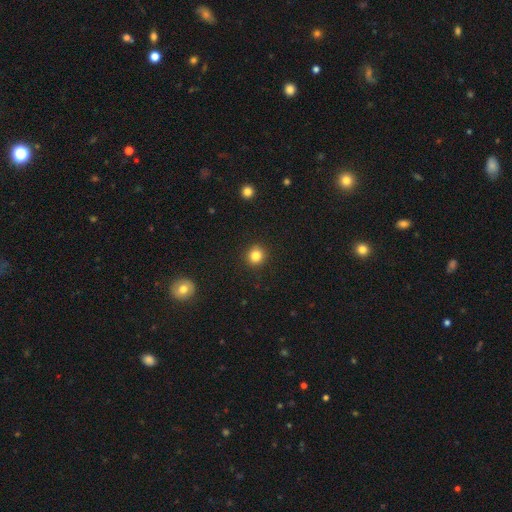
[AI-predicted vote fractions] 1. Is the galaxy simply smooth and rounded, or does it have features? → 83% smooth, 11% star or artifact, 5% featured or disk.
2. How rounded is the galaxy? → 92% round, 7% in between, 1% cigar-shaped.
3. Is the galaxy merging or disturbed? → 92% none, 5% minor disturbance, 2% major disturbance, 1% merger.